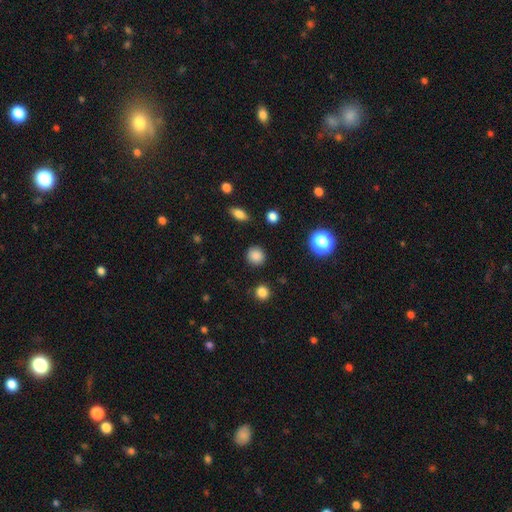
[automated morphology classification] type=smooth (85%); roundness=round (91%); merging=none (90%).